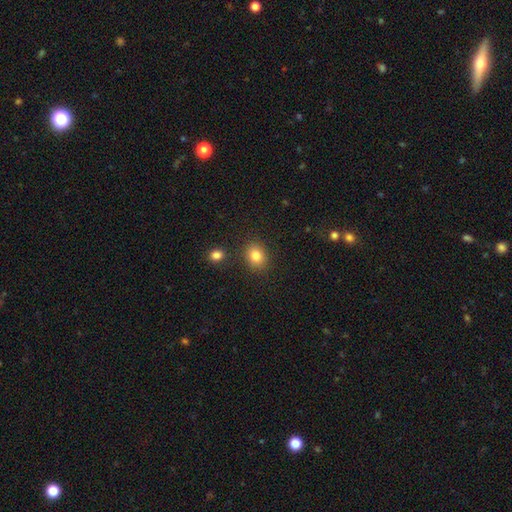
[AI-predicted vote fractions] This is clearly a smooth galaxy (83%). How rounded: possibly round (53%). Merging: clearly none (84%).